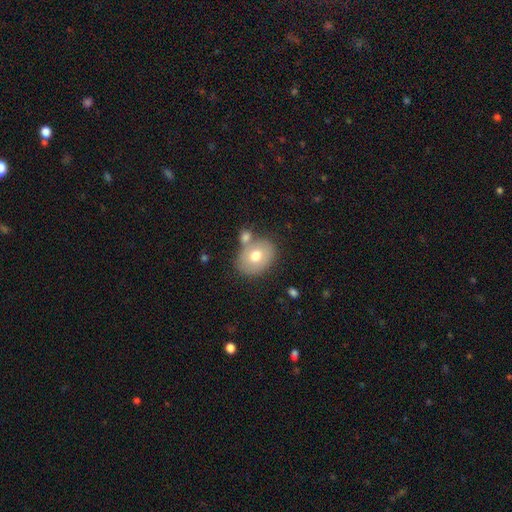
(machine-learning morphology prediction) smooth-or-featured: smooth: 68% | featured or disk: 24% | star or artifact: 8%
  how-rounded: in between: 60% | round: 39% | cigar-shaped: 1%
  merging: none: 58% | merger: 24% | minor disturbance: 13% | major disturbance: 4%